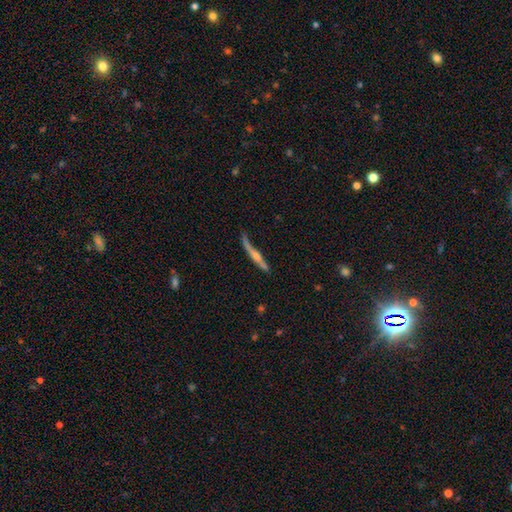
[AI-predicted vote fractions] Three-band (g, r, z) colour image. It shows a featured or disk galaxy (64%) viewed edge-on (91%) with a rounded central bulge (73%). Merging: none (57%).